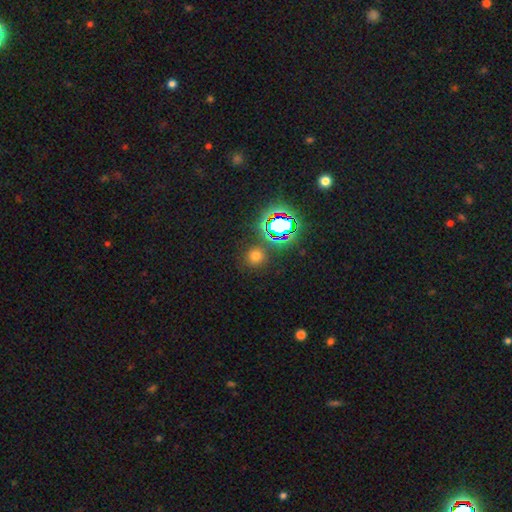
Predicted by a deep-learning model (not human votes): Smooth or featured: smooth — 61% (star or artifact — 31%)
How rounded: round — 90% (in between — 8%)
Merging: none — 85% (minor disturbance — 8%)